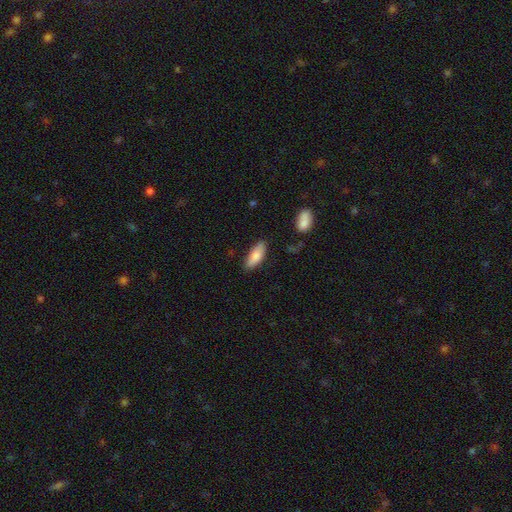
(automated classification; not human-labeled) smooth 81%, featured or disk 13%, star or artifact 6%. Down the decision tree: how rounded — in between (71%); merging — none (80%).